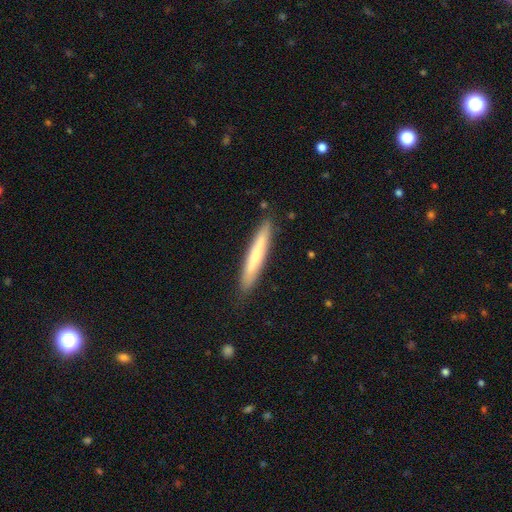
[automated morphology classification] This is likely a smooth galaxy (61%). How rounded: clearly cigar-shaped (94%). Merging: clearly none (88%).